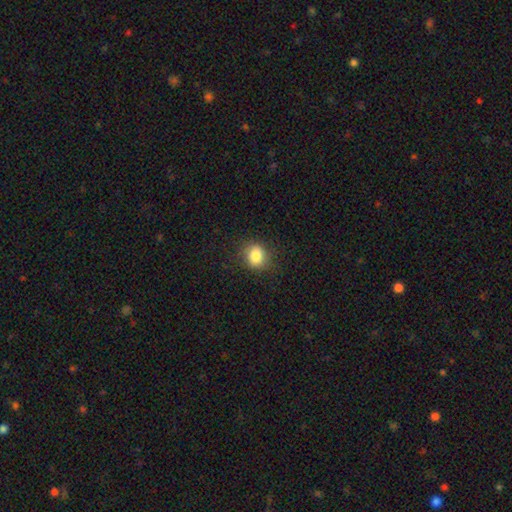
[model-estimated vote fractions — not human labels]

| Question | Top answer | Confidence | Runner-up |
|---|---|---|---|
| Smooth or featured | smooth | 83% | star or artifact (10%) |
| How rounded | round | 66% | in between (33%) |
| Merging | none | 83% | minor disturbance (12%) |